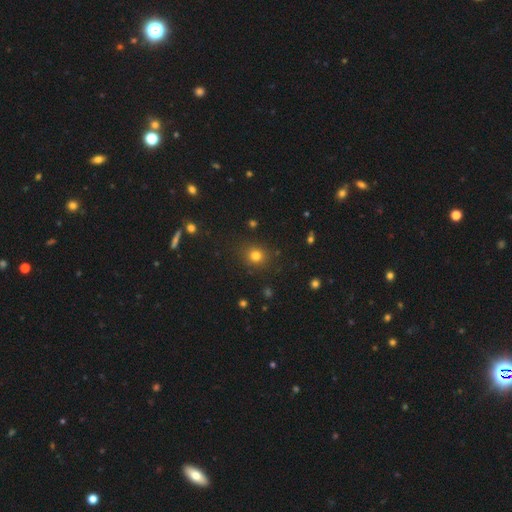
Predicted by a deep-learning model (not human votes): This is likely a smooth galaxy (78%). How rounded: clearly round (81%). Merging: clearly none (87%).